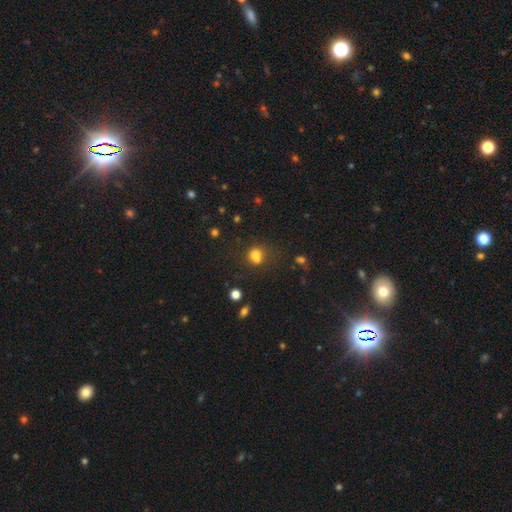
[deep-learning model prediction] Morphology: type=smooth (71%); roundness=round (56%); merging=none (40%).